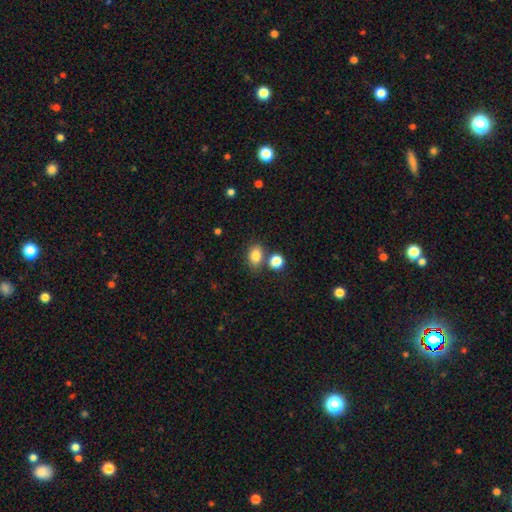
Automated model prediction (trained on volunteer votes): smooth-or-featured: smooth: 83% | star or artifact: 10% | featured or disk: 7%
  how-rounded: in between: 73% | round: 26% | cigar-shaped: 1%
  merging: none: 65% | merger: 18% | minor disturbance: 13% | major disturbance: 4%